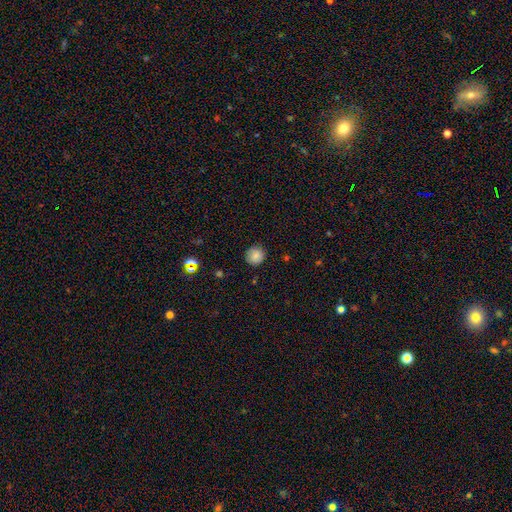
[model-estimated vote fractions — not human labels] Smooth or featured?
  - smooth: 83% *
  - star or artifact: 10%
  - featured or disk: 7%
How rounded?
  - round: 94% *
  - in between: 6%
  - cigar-shaped: 1%
Merging?
  - none: 88% *
  - minor disturbance: 9%
  - major disturbance: 2%
  - merger: 1%